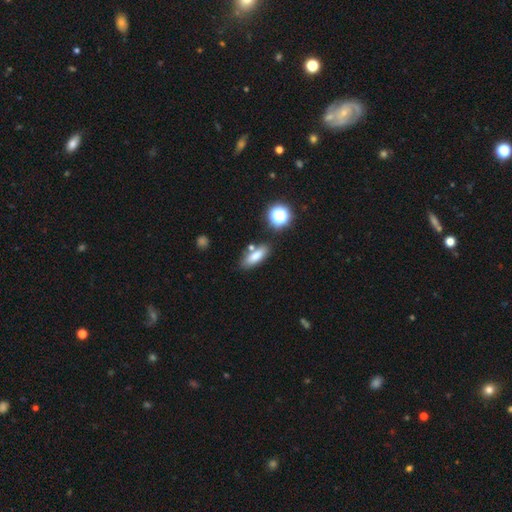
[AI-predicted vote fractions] Smooth or featured?
  - smooth: 78% *
  - star or artifact: 11%
  - featured or disk: 11%
How rounded?
  - in between: 65% *
  - cigar-shaped: 29%
  - round: 5%
Merging?
  - none: 73% *
  - minor disturbance: 13%
  - merger: 10%
  - major disturbance: 4%